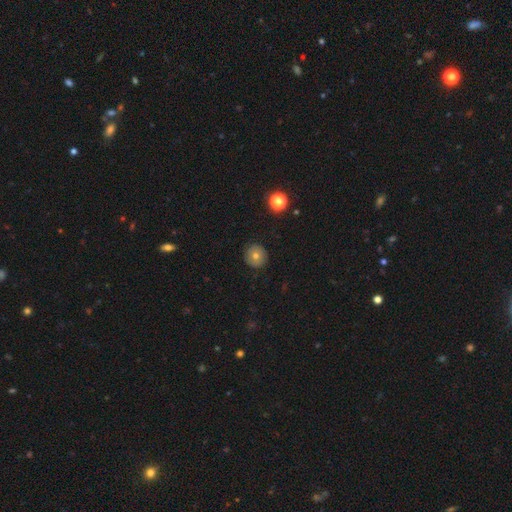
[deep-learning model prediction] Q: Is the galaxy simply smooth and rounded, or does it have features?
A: smooth — 70%.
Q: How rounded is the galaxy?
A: round — 94%.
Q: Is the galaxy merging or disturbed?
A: none — 90%.